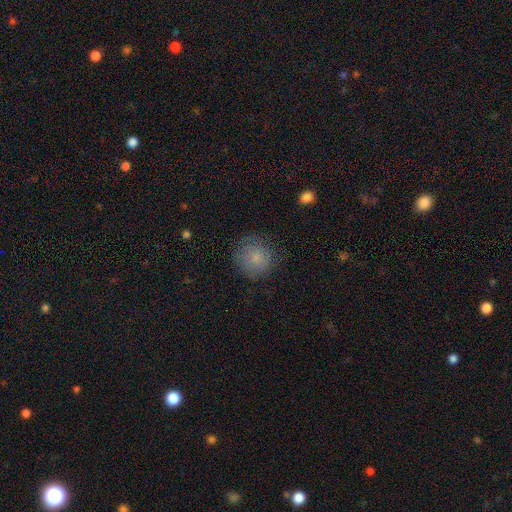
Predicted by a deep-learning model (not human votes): Smooth or featured? Predicted: smooth (p=0.80). How rounded? Predicted: round (p=0.91). Merging? Predicted: none (p=0.80).